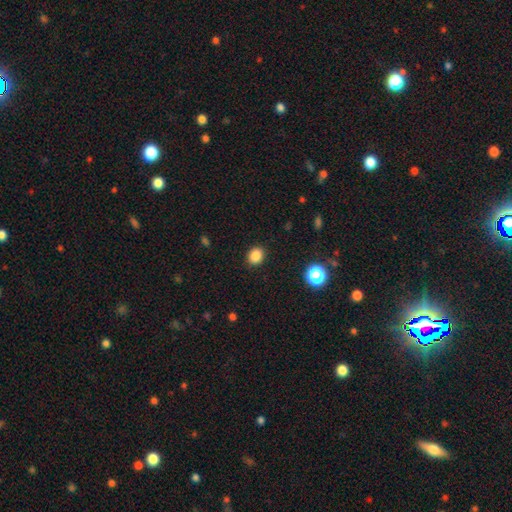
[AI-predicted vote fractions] The model was most divided on "how rounded": round: 60%, in between: 39%, cigar-shaped: 1%. More confident: merging — none (89%); smooth or featured — smooth (85%).